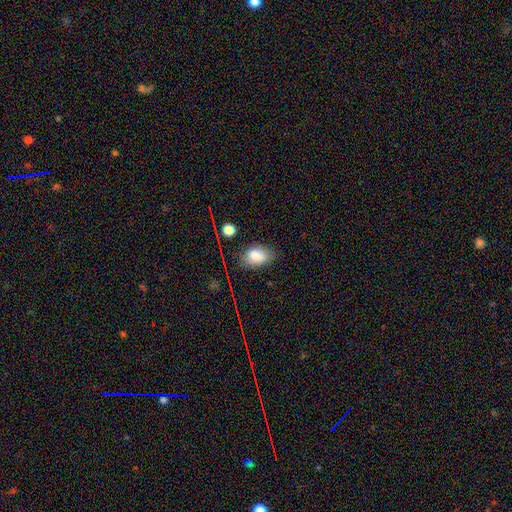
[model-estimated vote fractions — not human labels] Smooth or featured?
  - smooth: 79% *
  - star or artifact: 11%
  - featured or disk: 9%
How rounded?
  - in between: 88% *
  - round: 11%
  - cigar-shaped: 2%
Merging?
  - none: 71% *
  - minor disturbance: 22%
  - major disturbance: 5%
  - merger: 3%